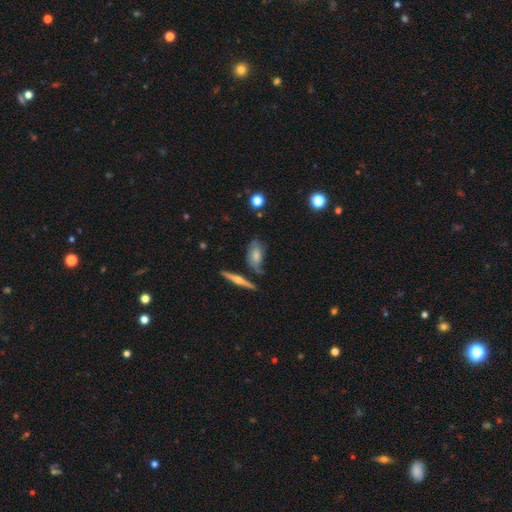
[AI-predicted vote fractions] smooth_or_featured: smooth (p=0.50) [alt: featured or disk p=0.42]
merging: none (p=0.56) [alt: minor disturbance p=0.25]